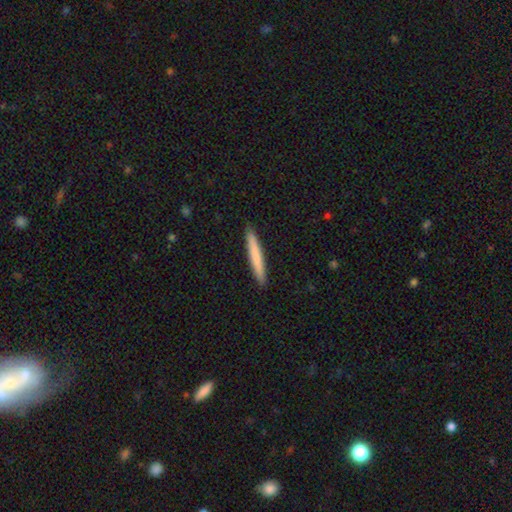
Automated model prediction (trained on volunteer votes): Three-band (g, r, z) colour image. It shows a smooth galaxy with no disk features (75%) that is cigar-shaped (96%). Merging: none (92%).